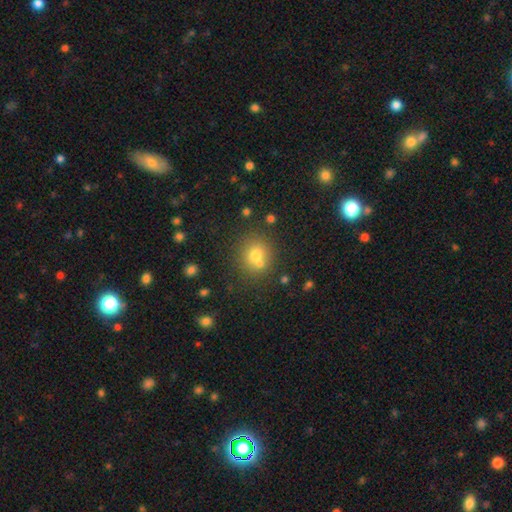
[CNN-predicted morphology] smooth 70%, star or artifact 16%, featured or disk 13%. Down the decision tree: how rounded — round (84%); merging — none (60%).